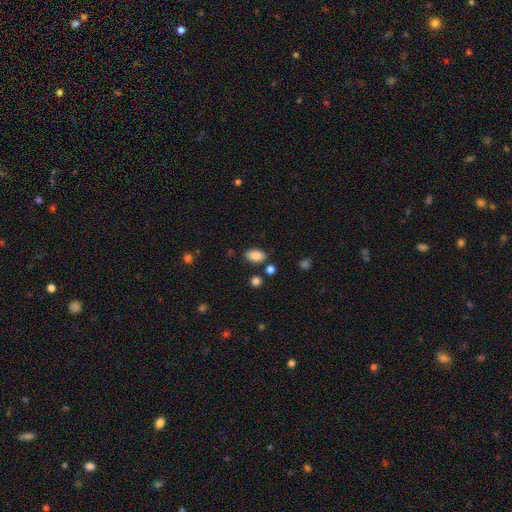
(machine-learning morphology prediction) smooth_or_featured: smooth (p=0.86) [alt: star or artifact p=0.08]
how_rounded: in between (p=0.91) [alt: round p=0.07]
merging: none (p=0.81) [alt: minor disturbance p=0.12]